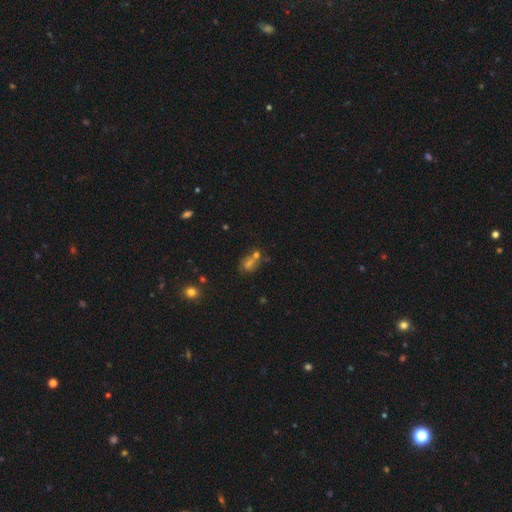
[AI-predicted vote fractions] smooth_or_featured: smooth (p=0.44) [alt: star or artifact p=0.38]
merging: none (p=0.52) [alt: merger p=0.28]